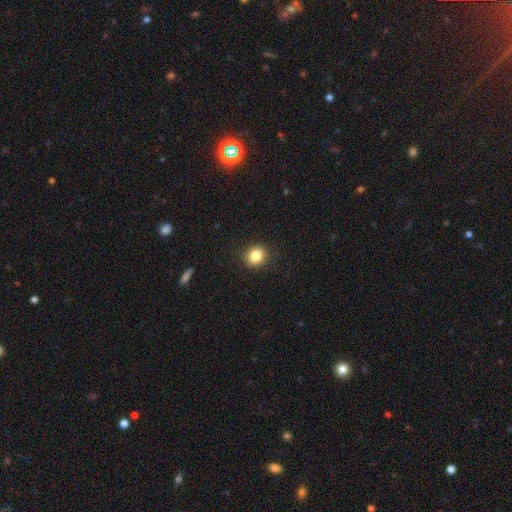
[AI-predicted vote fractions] Smooth or featured? Predicted: smooth (p=0.85). How rounded? Predicted: round (p=0.73). Merging? Predicted: none (p=0.90).